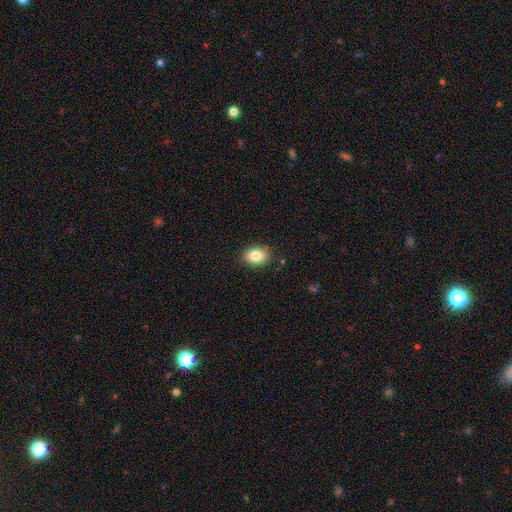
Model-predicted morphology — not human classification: smooth_or_featured: smooth (p=0.83) [alt: star or artifact p=0.09]
how_rounded: in between (p=0.75) [alt: round p=0.24]
merging: none (p=0.85) [alt: minor disturbance p=0.11]